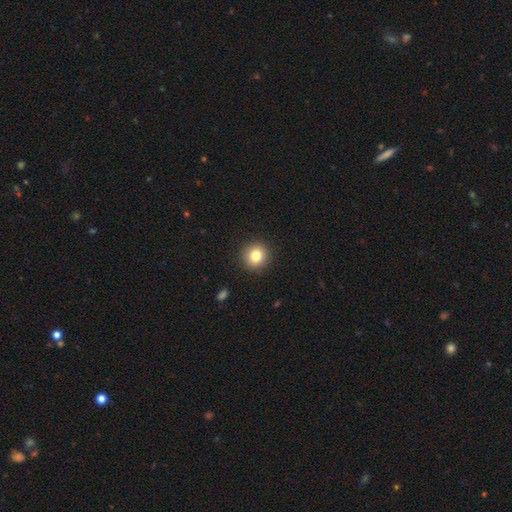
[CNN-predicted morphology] Smooth or featured? Predicted: smooth (p=0.81). How rounded? Predicted: round (p=0.91). Merging? Predicted: none (p=0.92).